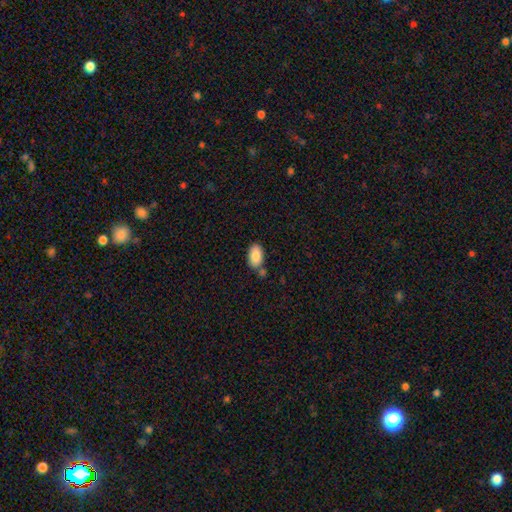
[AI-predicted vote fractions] Smooth or featured?
  - smooth: 87% *
  - star or artifact: 7%
  - featured or disk: 7%
How rounded?
  - in between: 94% *
  - round: 5%
  - cigar-shaped: 2%
Merging?
  - none: 69% *
  - minor disturbance: 14%
  - merger: 13%
  - major disturbance: 3%